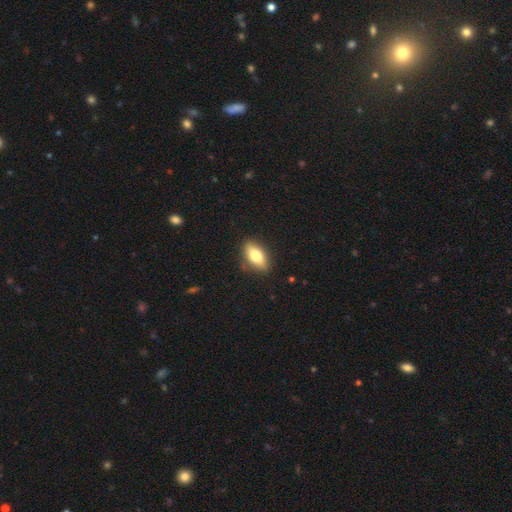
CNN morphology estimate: smooth-or-featured: smooth: 74% | featured or disk: 19% | star or artifact: 7%
  how-rounded: in between: 85% | cigar-shaped: 10% | round: 5%
  merging: none: 85% | minor disturbance: 12% | major disturbance: 2% | merger: 1%